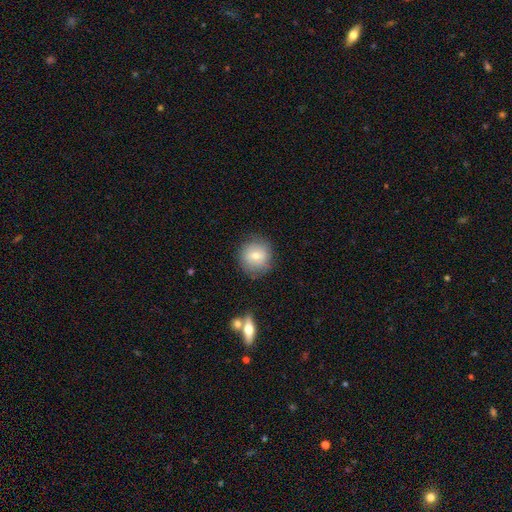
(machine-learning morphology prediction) Overall: smooth (66%). How rounded: round (92%). Merging: none (83%).